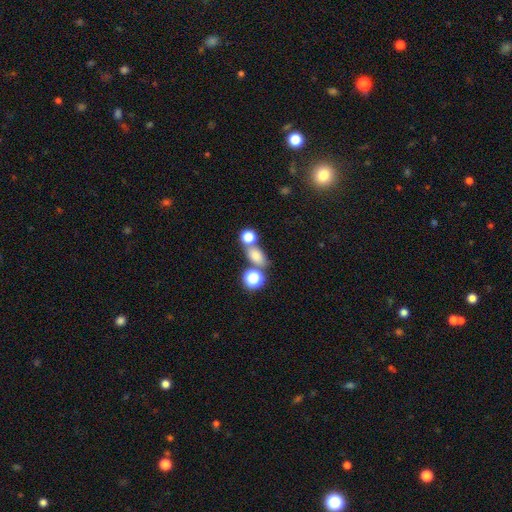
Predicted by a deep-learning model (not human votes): This appears to be a smooth galaxy with no disk features (74%) that is in between round and cigar-shaped (61%). Merging: none (53%).